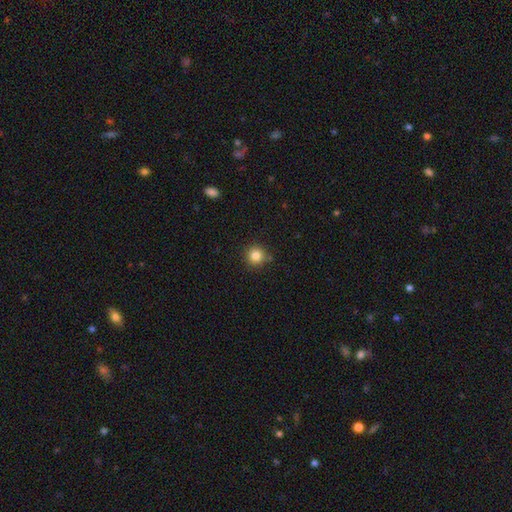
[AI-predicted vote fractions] Smooth or featured: smooth — 84% (star or artifact — 11%)
How rounded: round — 94% (in between — 5%)
Merging: none — 85% (minor disturbance — 9%)